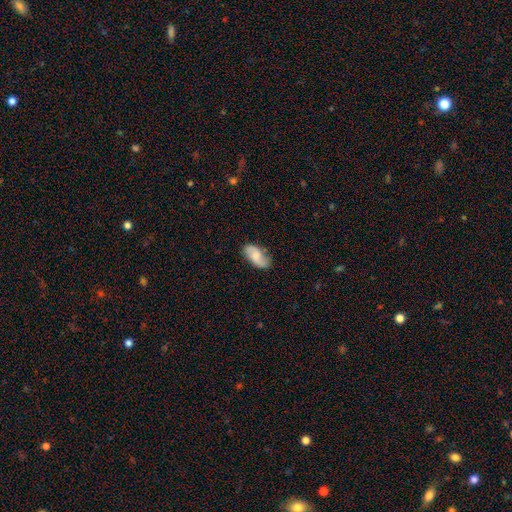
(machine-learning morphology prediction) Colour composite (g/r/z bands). It shows a smooth galaxy with no disk features (56%) that is in between round and cigar-shaped (93%). Merging: none (72%).